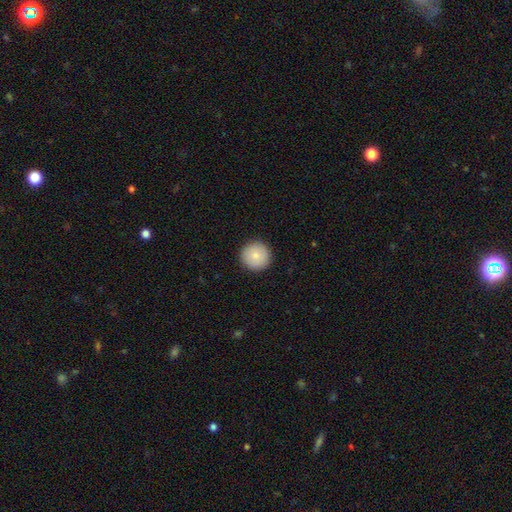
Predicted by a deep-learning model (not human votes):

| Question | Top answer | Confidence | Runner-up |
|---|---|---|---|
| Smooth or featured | smooth | 82% | featured or disk (10%) |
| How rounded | round | 96% | in between (3%) |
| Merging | none | 92% | minor disturbance (5%) |